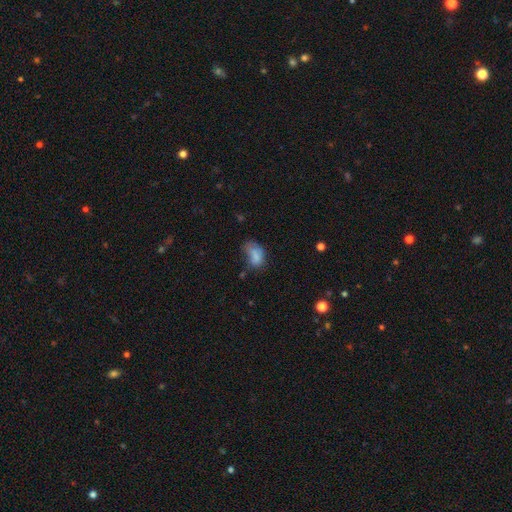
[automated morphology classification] smooth-or-featured: smooth: 72% | featured or disk: 17% | star or artifact: 11%
  how-rounded: in between: 87% | round: 10% | cigar-shaped: 2%
  merging: minor disturbance: 34% | none: 31% | major disturbance: 29% | merger: 7%